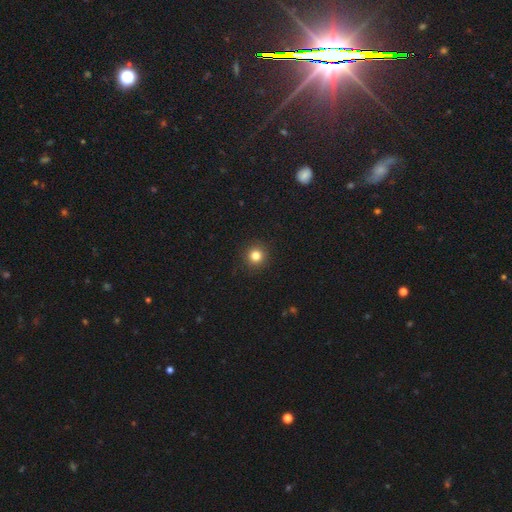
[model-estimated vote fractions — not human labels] smooth_or_featured: smooth (p=0.82) [alt: star or artifact p=0.13]
how_rounded: round (p=0.94) [alt: in between p=0.05]
merging: none (p=0.92) [alt: minor disturbance p=0.05]